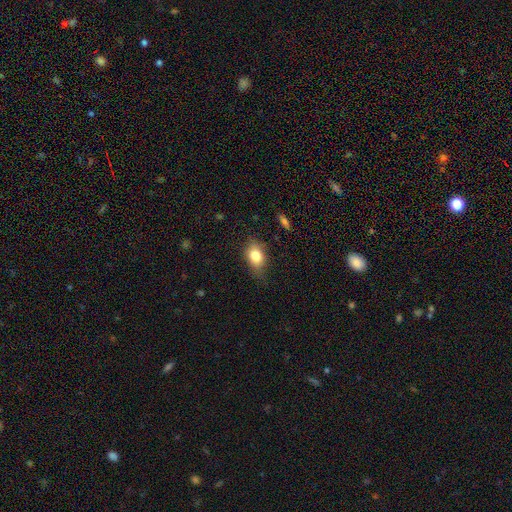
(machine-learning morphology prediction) smooth 79%, featured or disk 12%, star or artifact 9%. Down the decision tree: how rounded — in between (73%); merging — none (69%).